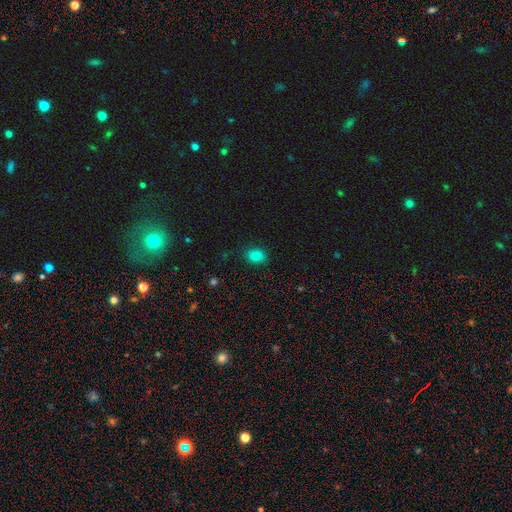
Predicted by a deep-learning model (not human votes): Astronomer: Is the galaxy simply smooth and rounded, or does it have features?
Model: smooth — 83%.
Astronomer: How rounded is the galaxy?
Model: in between — 68%.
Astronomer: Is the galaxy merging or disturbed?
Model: none — 81%.